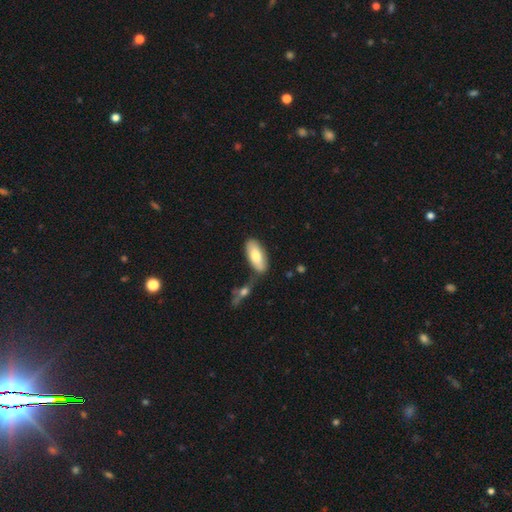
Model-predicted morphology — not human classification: A smooth galaxy with no disk features (74%) that is in between round and cigar-shaped (86%). Merging: none (68%).